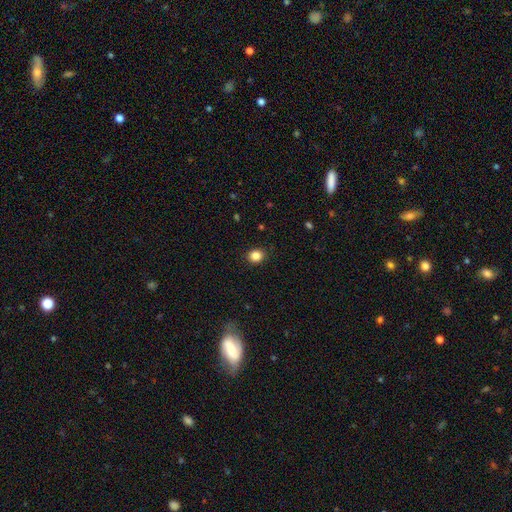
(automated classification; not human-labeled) A smooth galaxy with no disk features (85%) that is round (77%). Merging: none (91%).